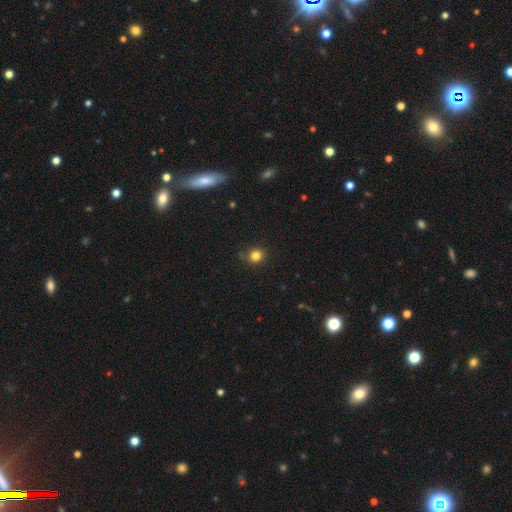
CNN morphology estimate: Smooth or featured? Predicted: smooth (p=0.82). How rounded? Predicted: round (p=0.87). Merging? Predicted: none (p=0.84).